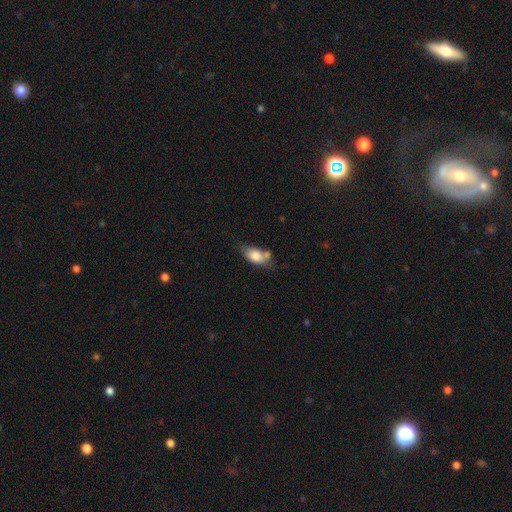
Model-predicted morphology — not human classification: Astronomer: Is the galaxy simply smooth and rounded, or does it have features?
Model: smooth — 76%.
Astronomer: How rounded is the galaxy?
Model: in between — 83%.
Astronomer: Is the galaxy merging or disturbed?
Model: none — 39% (runner-up: minor disturbance, 26%).